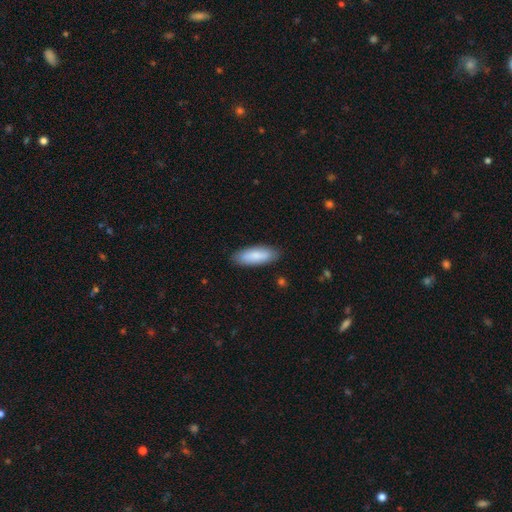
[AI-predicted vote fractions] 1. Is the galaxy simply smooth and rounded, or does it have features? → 85% smooth, 10% featured or disk, 5% star or artifact.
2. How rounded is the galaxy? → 66% in between, 33% cigar-shaped, 2% round.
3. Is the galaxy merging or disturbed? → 87% none, 10% minor disturbance, 2% major disturbance, 1% merger.